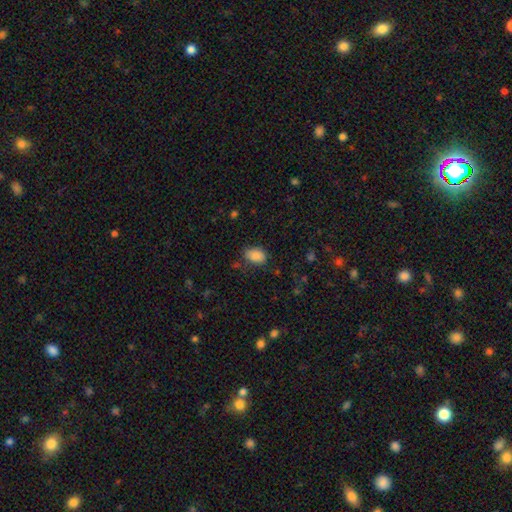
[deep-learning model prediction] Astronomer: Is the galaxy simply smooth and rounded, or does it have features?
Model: smooth — 87%.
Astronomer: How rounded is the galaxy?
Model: in between — 86%.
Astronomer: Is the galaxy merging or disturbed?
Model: none — 75%.